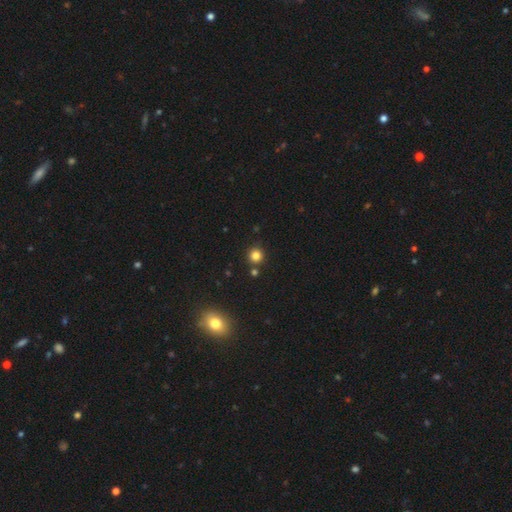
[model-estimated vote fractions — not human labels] smooth 80%, star or artifact 14%, featured or disk 5%. Down the decision tree: how rounded — round (93%); merging — none (84%).